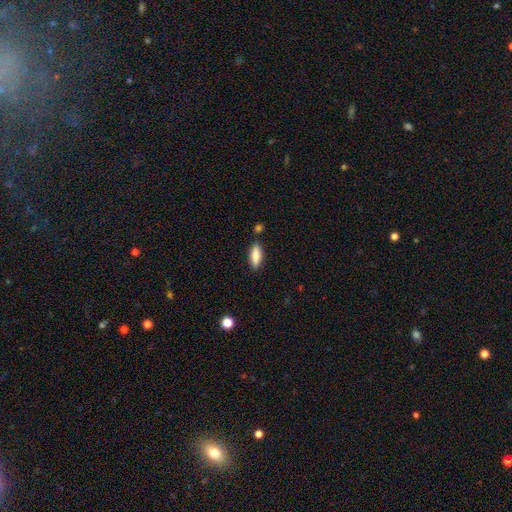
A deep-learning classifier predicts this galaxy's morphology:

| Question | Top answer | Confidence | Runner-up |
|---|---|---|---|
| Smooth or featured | smooth | 82% | featured or disk (11%) |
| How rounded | in between | 67% | cigar-shaped (31%) |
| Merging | none | 82% | minor disturbance (11%) |